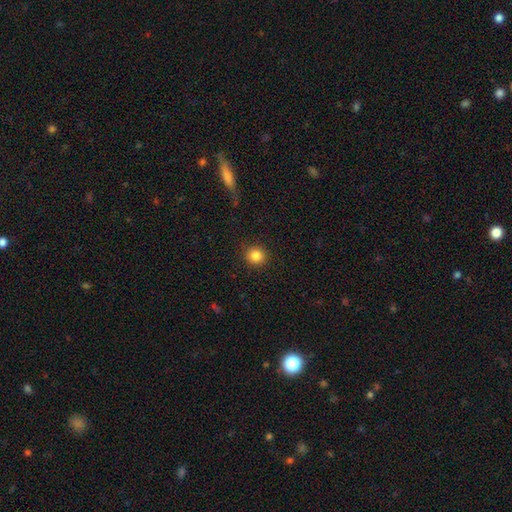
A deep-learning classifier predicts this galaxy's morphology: Q: Smooth or featured?
A: smooth (84%); runner-up: star or artifact (11%)
Q: How rounded?
A: round (93%); runner-up: in between (6%)
Q: Merging?
A: none (91%); runner-up: minor disturbance (6%)